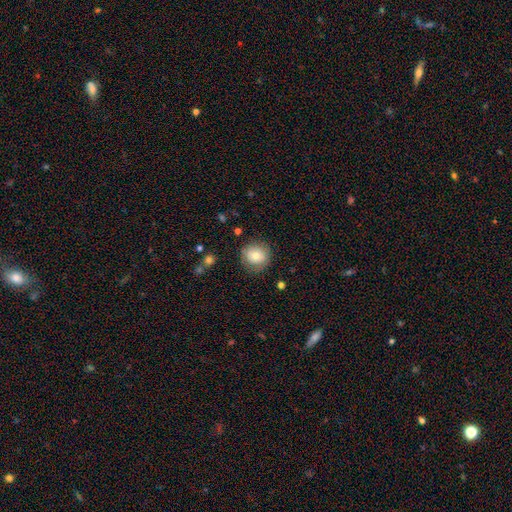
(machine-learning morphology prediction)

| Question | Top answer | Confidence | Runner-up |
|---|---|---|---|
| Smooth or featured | smooth | 74% | featured or disk (17%) |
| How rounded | round | 88% | in between (11%) |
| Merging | none | 80% | minor disturbance (14%) |